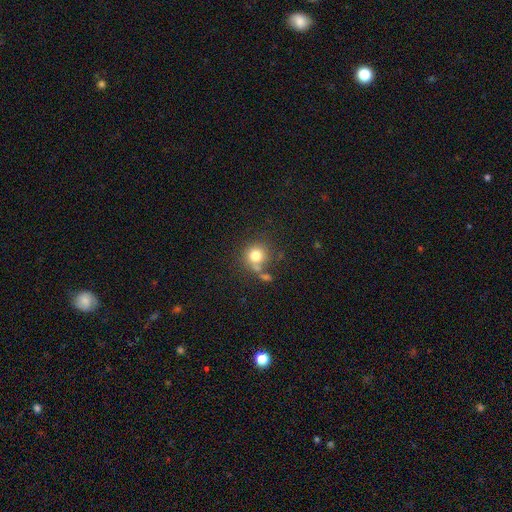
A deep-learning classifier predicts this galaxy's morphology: Smooth or featured? Predicted: smooth (p=0.78). How rounded? Predicted: round (p=0.89). Merging? Predicted: none (p=0.60).